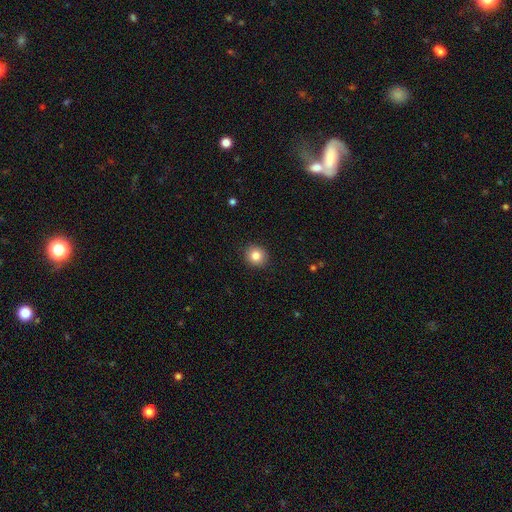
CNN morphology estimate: smooth 83%, star or artifact 10%, featured or disk 7%. Down the decision tree: how rounded — round (87%); merging — none (91%).